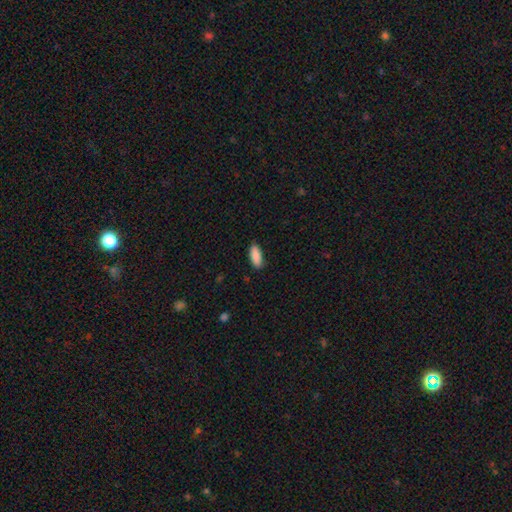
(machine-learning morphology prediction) Smooth or featured?
  - smooth: 90% *
  - star or artifact: 6%
  - featured or disk: 4%
How rounded?
  - in between: 76% *
  - cigar-shaped: 23%
  - round: 2%
Merging?
  - none: 87% *
  - minor disturbance: 10%
  - major disturbance: 2%
  - merger: 1%